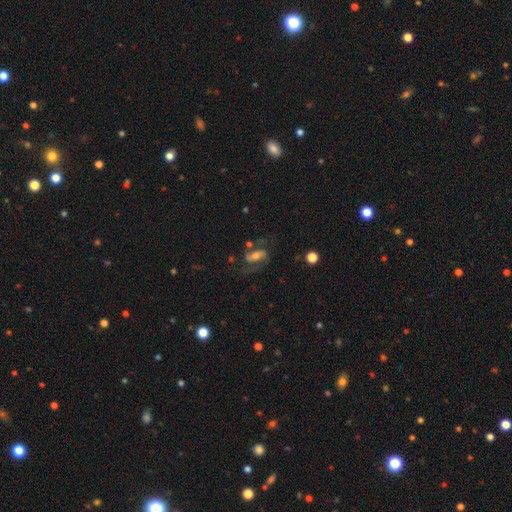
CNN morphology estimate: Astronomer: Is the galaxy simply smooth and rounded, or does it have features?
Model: featured or disk — 69%.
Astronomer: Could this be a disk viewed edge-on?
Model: no — 94%.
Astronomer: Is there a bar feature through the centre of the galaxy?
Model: weak — 38% (runner-up: no, 33%).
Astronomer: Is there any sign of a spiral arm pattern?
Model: yes — 88%.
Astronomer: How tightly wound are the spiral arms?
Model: medium — 47% (runner-up: loose, 39%).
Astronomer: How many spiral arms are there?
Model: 2 — 86%.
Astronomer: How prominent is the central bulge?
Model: moderate — 55%.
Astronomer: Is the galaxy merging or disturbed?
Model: none — 58%.